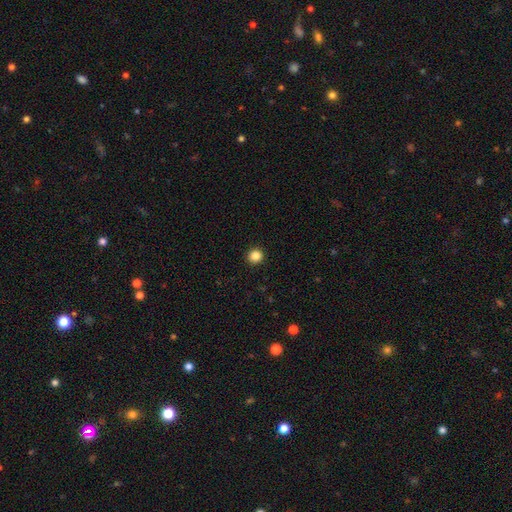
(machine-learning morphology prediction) This appears to be a smooth galaxy with no disk features (86%) that is round (93%). Merging: none (93%).